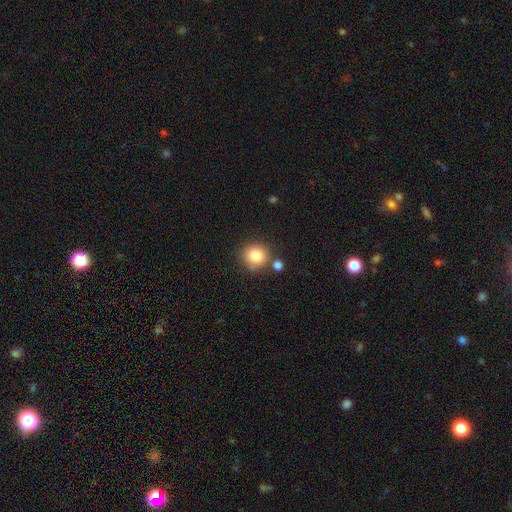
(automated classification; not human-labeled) This appears to be a smooth galaxy with no disk features (82%) that is round (86%). Merging: none (73%).